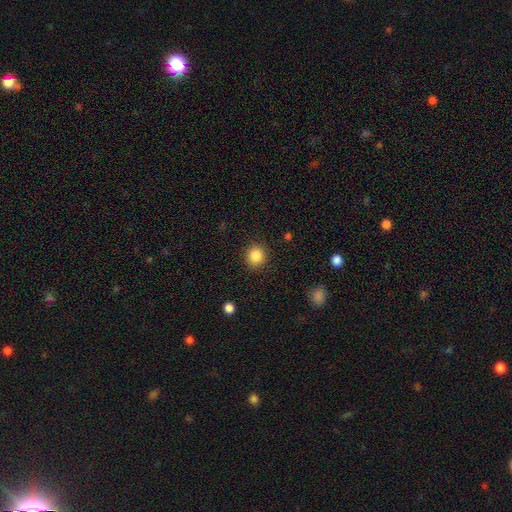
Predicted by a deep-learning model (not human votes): Smooth or featured?
  - smooth: 86% *
  - star or artifact: 10%
  - featured or disk: 4%
How rounded?
  - round: 89% *
  - in between: 10%
  - cigar-shaped: 1%
Merging?
  - none: 90% *
  - minor disturbance: 7%
  - major disturbance: 2%
  - merger: 1%